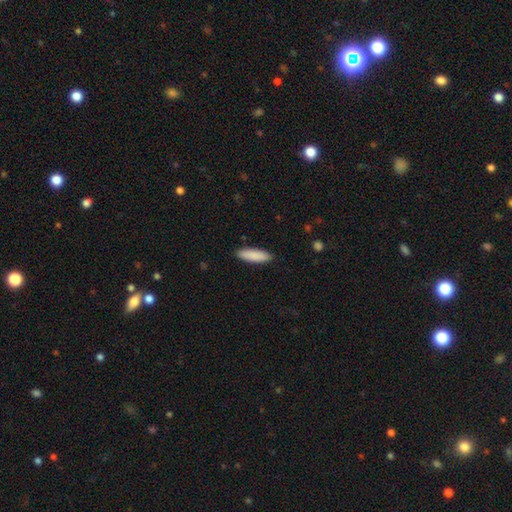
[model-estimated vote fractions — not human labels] smooth-or-featured: smooth: 89% | star or artifact: 5% | featured or disk: 5%
  how-rounded: cigar-shaped: 57% | in between: 42% | round: 1%
  merging: none: 90% | minor disturbance: 8% | major disturbance: 2% | merger: 1%